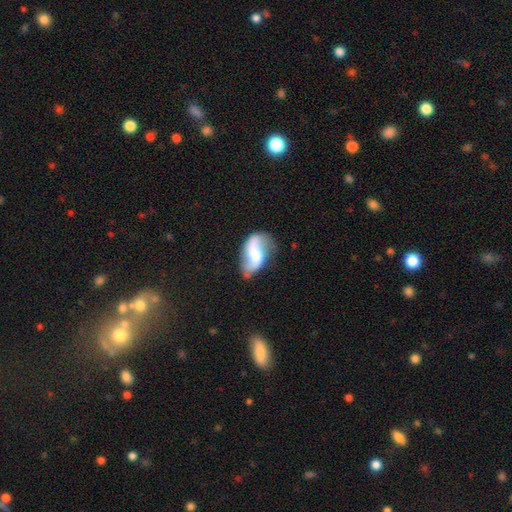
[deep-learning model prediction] A featured or disk galaxy (70%) with a weak bar (41%), 2 (87%) loose (74%) spiral arms (89%) and a moderate central bulge (56%). Merging: none (57%).